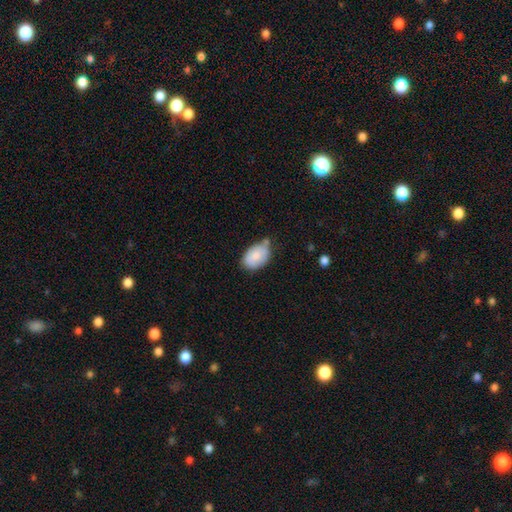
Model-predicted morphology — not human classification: Overall: smooth (80%). How rounded: in between (88%). Merging: none (55%; minor disturbance 30%).